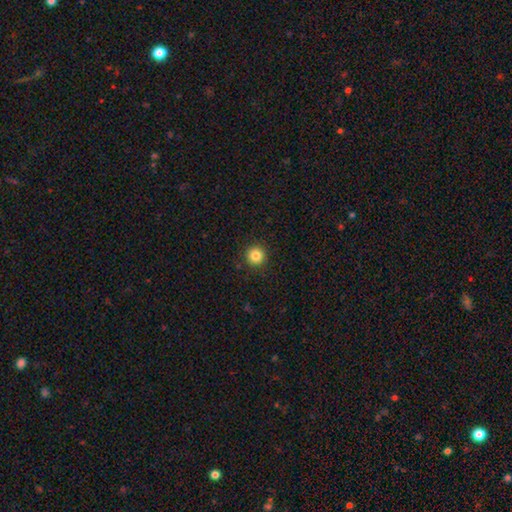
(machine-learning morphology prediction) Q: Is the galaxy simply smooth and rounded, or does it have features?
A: smooth — 85%.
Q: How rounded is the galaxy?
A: round — 96%.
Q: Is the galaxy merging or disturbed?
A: none — 92%.